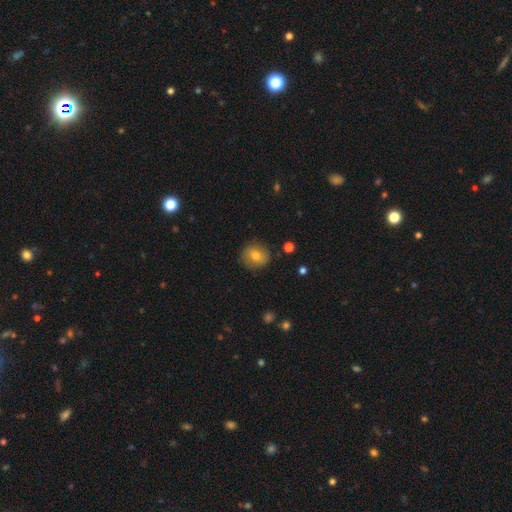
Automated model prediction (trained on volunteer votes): Smooth or featured? smooth (76%)
How rounded? round (84%)
Merging? none (86%)